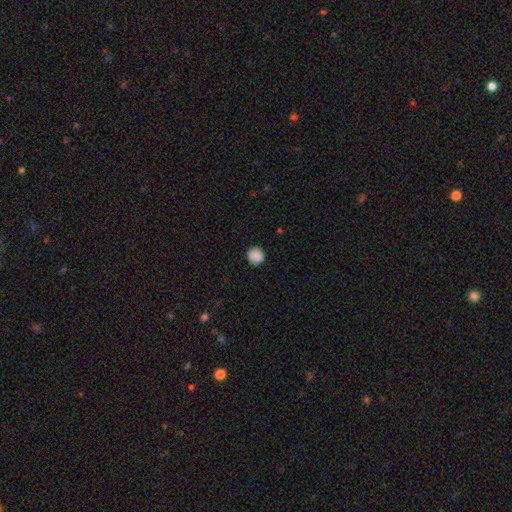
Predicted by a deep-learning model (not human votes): A smooth galaxy with no disk features (88%) that is round (90%).

Vote fractions:
- Smooth or featured? smooth: 88% / star or artifact: 8% / featured or disk: 3%
- How rounded? round: 90% / in between: 9% / cigar-shaped: 1%
- Merging? none: 88% / minor disturbance: 9% / major disturbance: 2% / merger: 1%